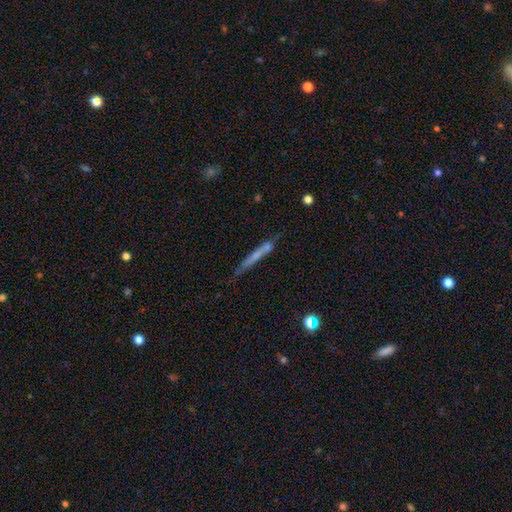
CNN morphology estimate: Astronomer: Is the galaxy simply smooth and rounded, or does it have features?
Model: smooth — 46% (runner-up: featured or disk, 44%).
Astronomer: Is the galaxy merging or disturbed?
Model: none — 64%.